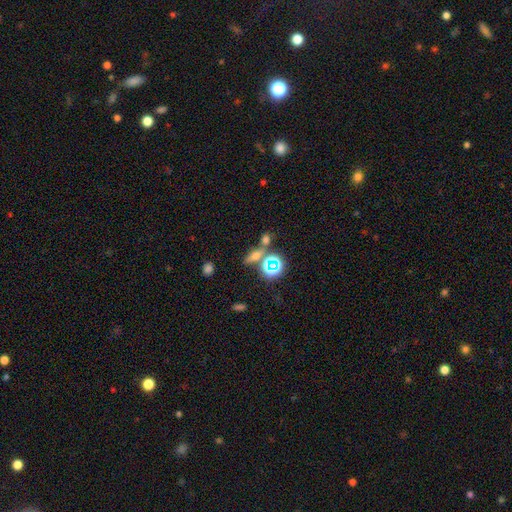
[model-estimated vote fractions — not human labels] smooth 44%, star or artifact 30%, featured or disk 26%. Down the decision tree: merging — none (64%).